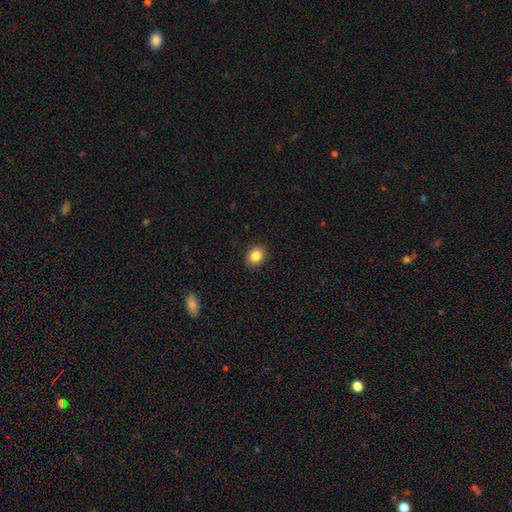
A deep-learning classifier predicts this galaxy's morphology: smooth_or_featured: smooth (p=0.85) [alt: star or artifact p=0.10]
how_rounded: round (p=0.69) [alt: in between p=0.30]
merging: none (p=0.91) [alt: minor disturbance p=0.06]